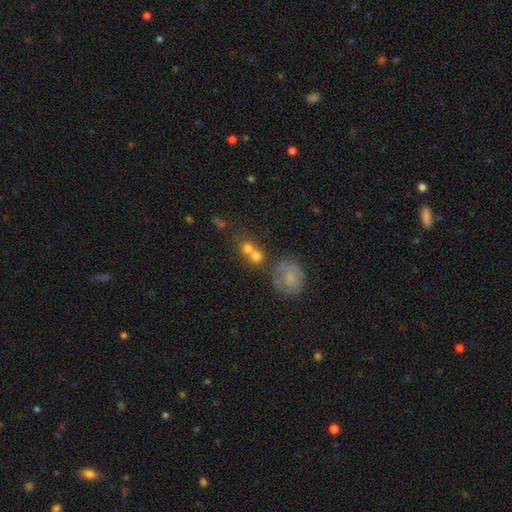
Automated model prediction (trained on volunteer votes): Overall: smooth (66%). How rounded: round (78%). Merging: merger (51%; none 36%).